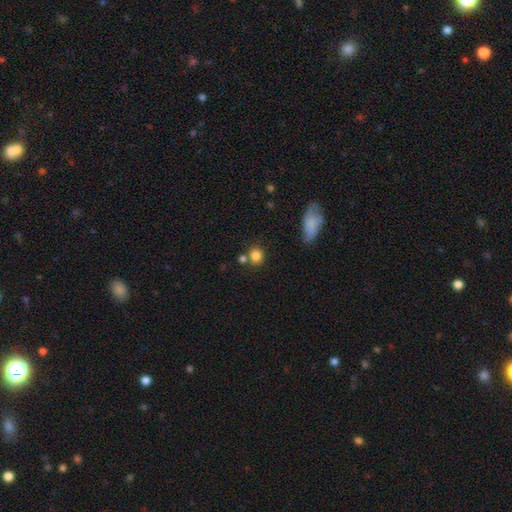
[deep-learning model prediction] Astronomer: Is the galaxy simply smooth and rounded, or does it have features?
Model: smooth — 83%.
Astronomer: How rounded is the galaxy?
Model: round — 83%.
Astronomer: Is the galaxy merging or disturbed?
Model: none — 67%.